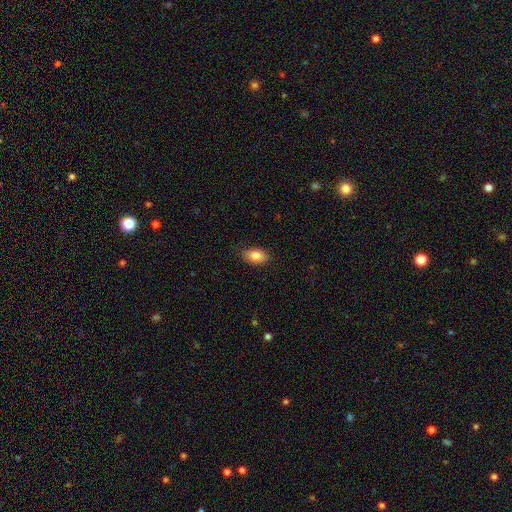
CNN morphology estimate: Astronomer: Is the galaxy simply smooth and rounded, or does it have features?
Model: smooth — 84%.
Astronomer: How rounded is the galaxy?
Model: in between — 90%.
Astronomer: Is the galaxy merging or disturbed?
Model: none — 86%.